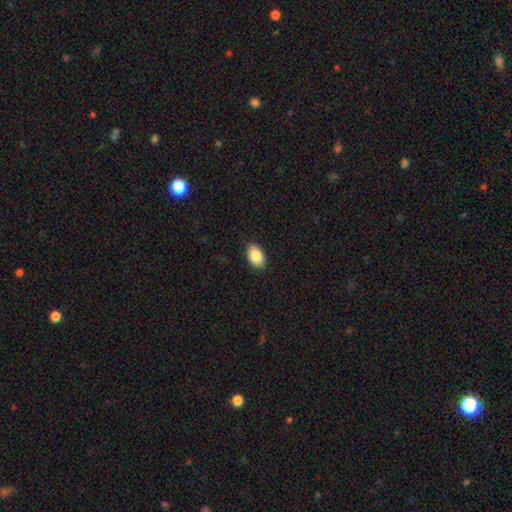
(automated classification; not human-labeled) smooth_or_featured: smooth (p=0.88) [alt: star or artifact p=0.07]
how_rounded: in between (p=0.93) [alt: round p=0.06]
merging: none (p=0.90) [alt: minor disturbance p=0.07]